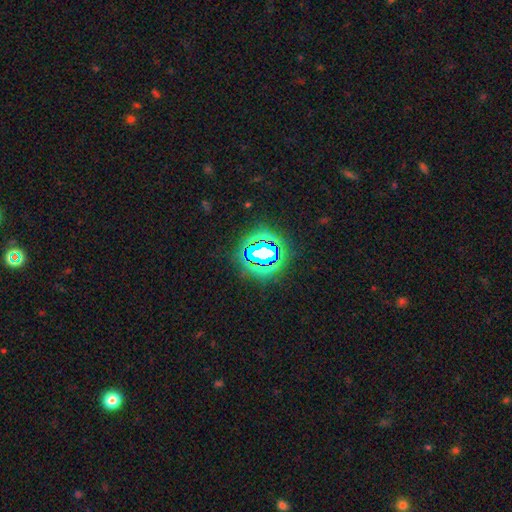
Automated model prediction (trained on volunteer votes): This is likely a star or artifact rather than a galaxy (74%).